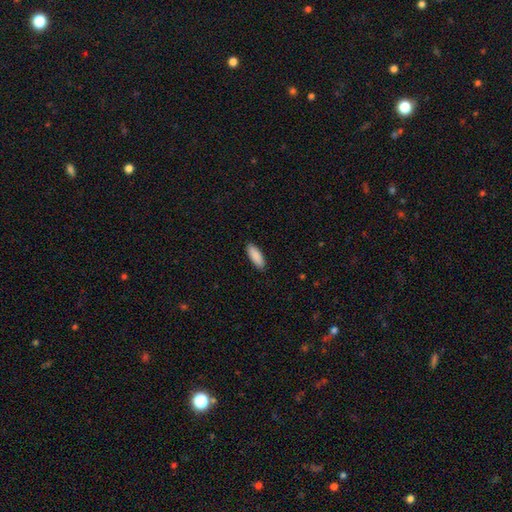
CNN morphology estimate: Smooth or featured? smooth (90%)
How rounded? in between (66%)
Merging? none (90%)